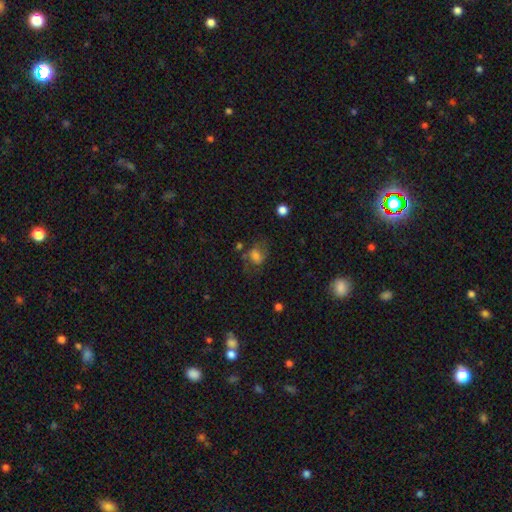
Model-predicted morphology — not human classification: Smooth or featured? Predicted: smooth (p=0.64). How rounded? Predicted: in between (p=0.60). Merging? Predicted: none (p=0.46).